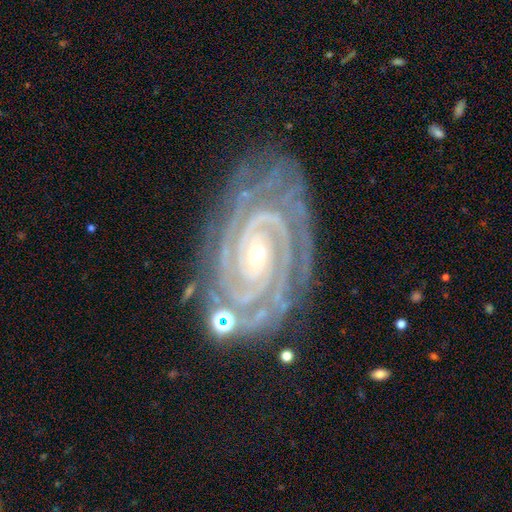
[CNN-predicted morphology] Smooth or featured: featured or disk — 92% (star or artifact — 5%)
Edge-on disk: no — 97% (yes — 3%)
Bar: no — 63% (weak — 21%)
Spiral arms: yes — 99% (no — 1%)
Spiral winding: tight — 87% (medium — 12%)
Spiral arm count: 2 — 44% (3 — 23%)
Bulge size: small — 74% (moderate — 23%)
Merging: none — 76% (minor disturbance — 17%)